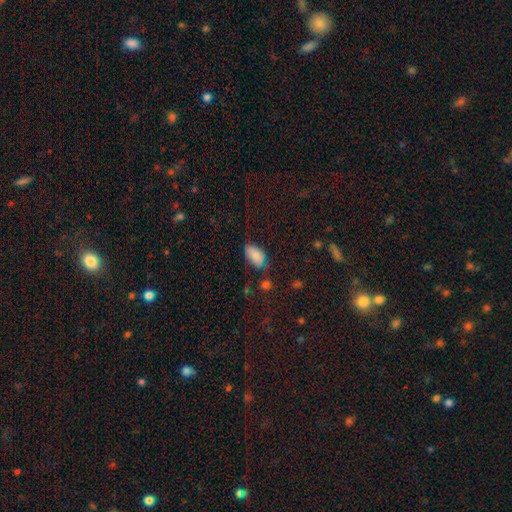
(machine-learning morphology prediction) type=smooth (83%); roundness=in between (93%); merging=none (58%).